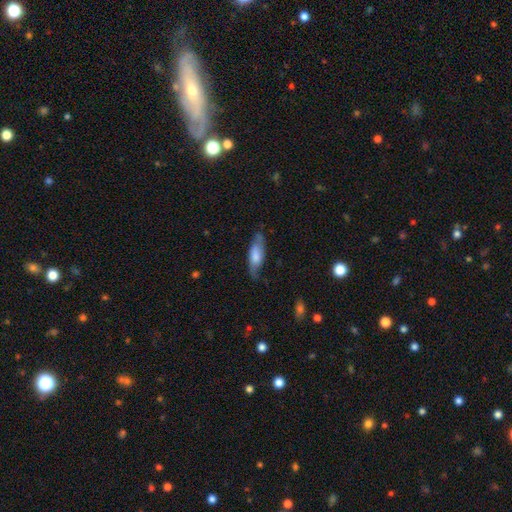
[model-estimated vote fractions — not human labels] A smooth galaxy with no disk features (59%) that is in between round and cigar-shaped (57%).

Vote fractions:
- Smooth or featured? smooth: 59% / featured or disk: 34% / star or artifact: 6%
- How rounded? in between: 57% / cigar-shaped: 41% / round: 2%
- Merging? none: 68% / minor disturbance: 24% / major disturbance: 6% / merger: 2%